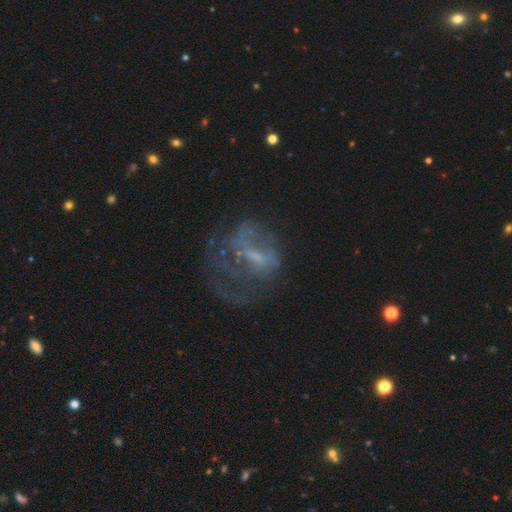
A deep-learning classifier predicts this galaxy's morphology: Q: Smooth or featured?
A: featured or disk (58%); runner-up: smooth (24%)
Q: Edge-on disk?
A: no (97%); runner-up: yes (3%)
Q: Bar?
A: no (59%); runner-up: weak (32%)
Q: Spiral arms?
A: no (66%); runner-up: yes (34%)
Q: Bulge size?
A: none (39%); runner-up: small (37%)
Q: Merging?
A: major disturbance (44%); runner-up: none (36%)